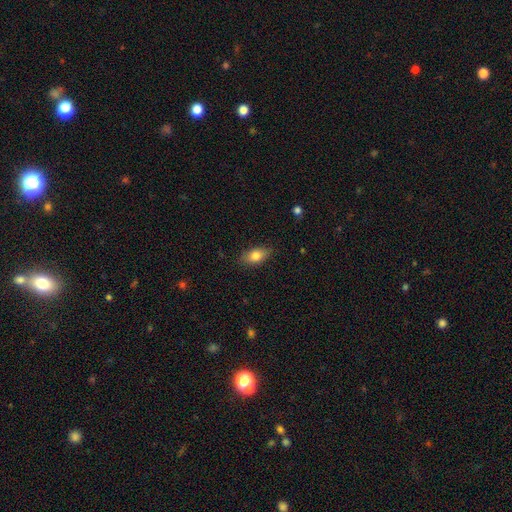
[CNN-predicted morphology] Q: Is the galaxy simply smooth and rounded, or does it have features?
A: smooth — 79%.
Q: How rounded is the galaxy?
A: in between — 86%.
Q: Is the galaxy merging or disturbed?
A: none — 84%.